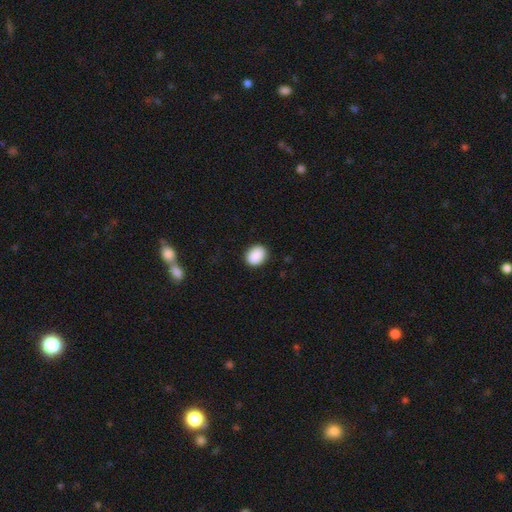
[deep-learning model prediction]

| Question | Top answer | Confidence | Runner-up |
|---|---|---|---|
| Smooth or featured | smooth | 90% | star or artifact (7%) |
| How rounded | in between | 50% | tied: round (50%) |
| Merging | none | 89% | minor disturbance (8%) |